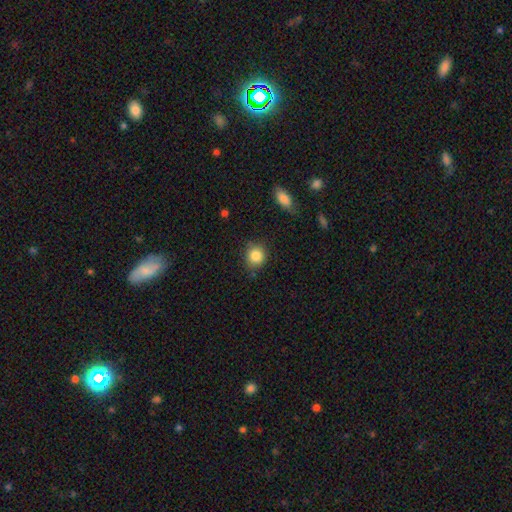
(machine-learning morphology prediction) Smooth or featured: smooth — 86% (star or artifact — 9%)
How rounded: round — 84% (in between — 15%)
Merging: none — 78% (minor disturbance — 16%)